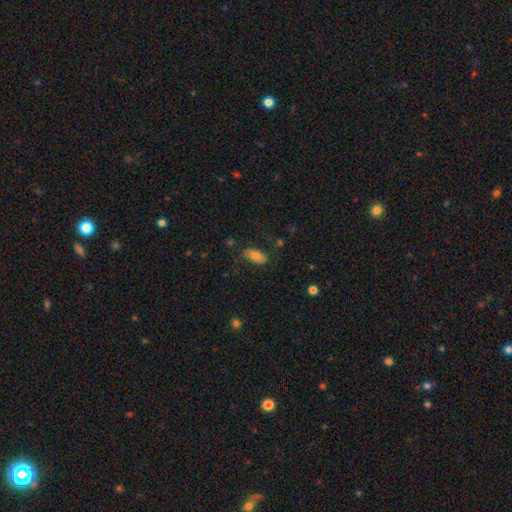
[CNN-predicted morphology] A smooth galaxy with no disk features (75%) that is in between round and cigar-shaped (92%). Merging: none (70%).